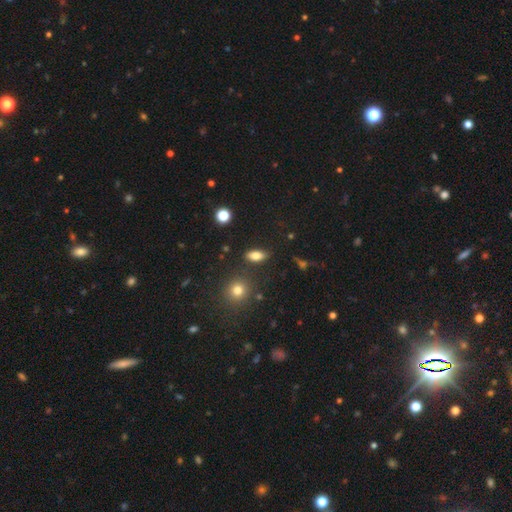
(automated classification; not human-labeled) This is likely a smooth galaxy (78%). How rounded: clearly in between (82%). Merging: clearly none (83%).